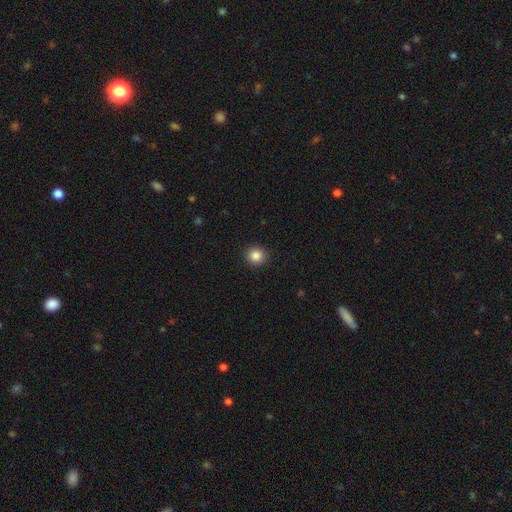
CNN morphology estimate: Smooth or featured?
  - smooth: 86% *
  - star or artifact: 11%
  - featured or disk: 4%
How rounded?
  - round: 93% *
  - in between: 7%
  - cigar-shaped: 1%
Merging?
  - none: 93% *
  - minor disturbance: 5%
  - major disturbance: 2%
  - merger: 1%